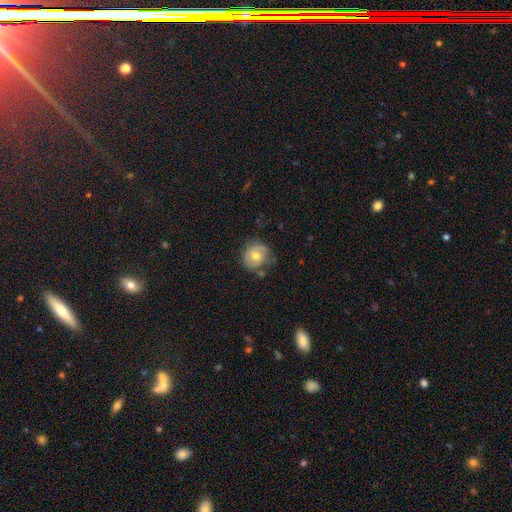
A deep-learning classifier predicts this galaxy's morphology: smooth 55%, featured or disk 37%, star or artifact 8%. Down the decision tree: how rounded — round (77%); merging — none (61%).